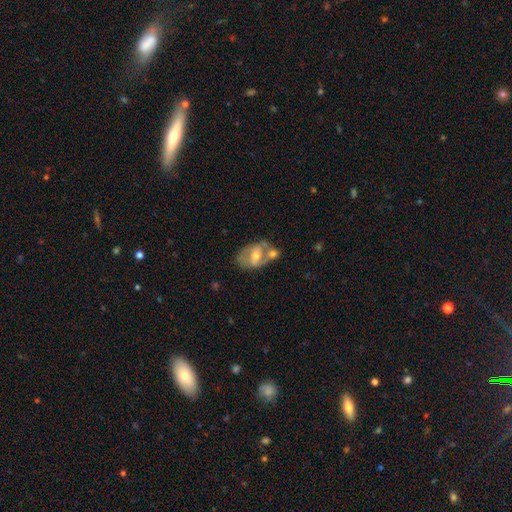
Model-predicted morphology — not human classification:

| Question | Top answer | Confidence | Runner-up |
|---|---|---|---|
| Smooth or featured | featured or disk | 64% | smooth (30%) |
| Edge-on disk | no | 95% | yes (5%) |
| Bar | weak | 42% | no (32%) |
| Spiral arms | yes | 58% | no (42%) |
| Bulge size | moderate | 66% | small (27%) |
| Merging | merger | 37% | none (36%) |